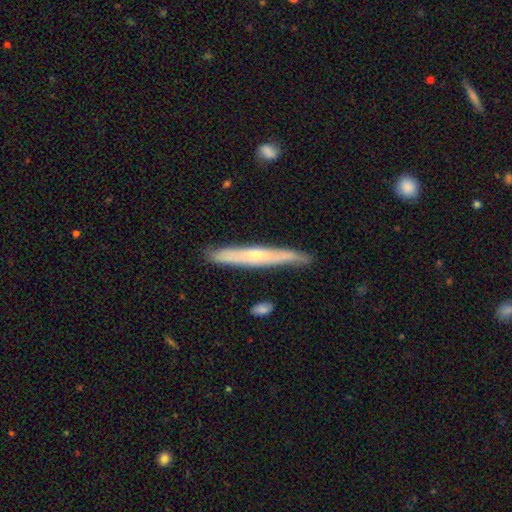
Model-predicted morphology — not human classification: Smooth or featured? featured or disk (57%)
Edge-on disk? yes (92%)
Edge-on bulge? rounded (65%)
Merging? none (83%)